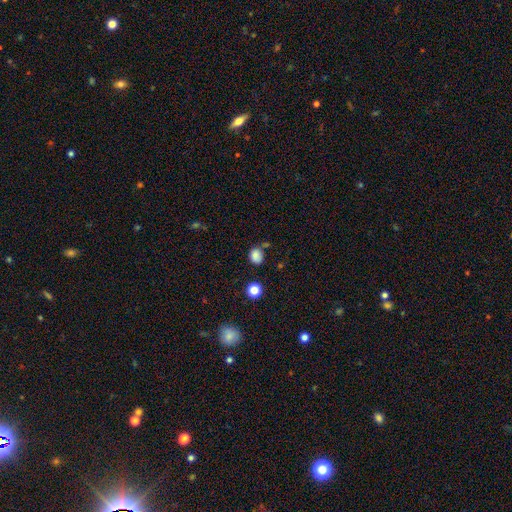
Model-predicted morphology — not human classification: A smooth galaxy with no disk features (83%) that is round (56%). Merging: none (68%).